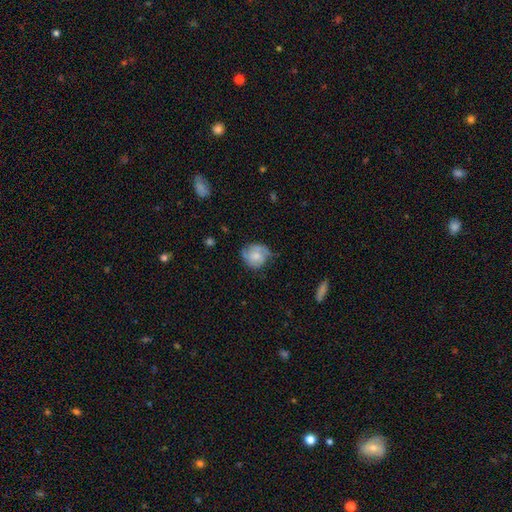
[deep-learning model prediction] Smooth or featured? featured or disk (52%)
Edge-on disk? no (97%)
Bar? no (70%)
Spiral arms? yes (81%)
Bulge size? small (42%)
Merging? none (58%)